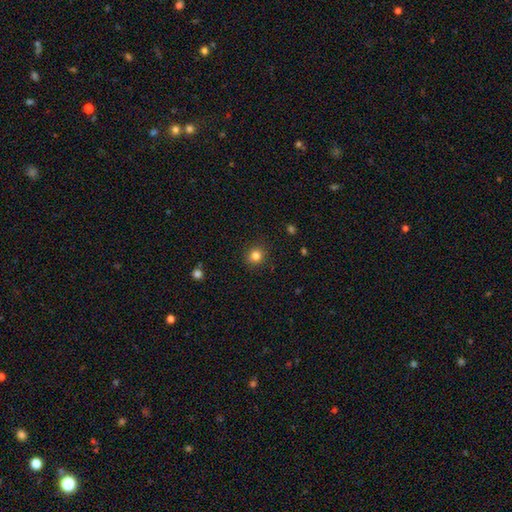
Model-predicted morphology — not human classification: Smooth or featured? smooth (82%)
How rounded? round (88%)
Merging? none (90%)